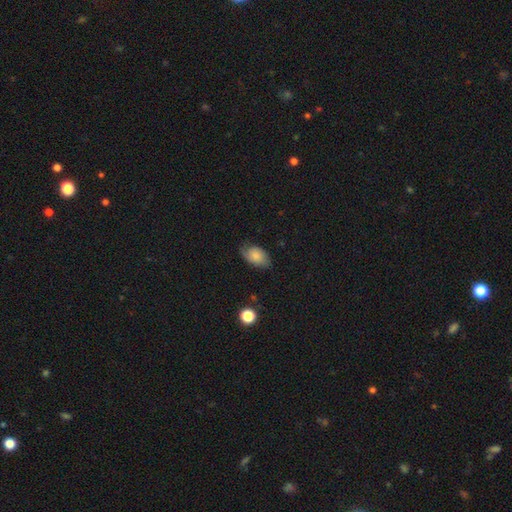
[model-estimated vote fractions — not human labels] Smooth or featured?
  - smooth: 72% *
  - featured or disk: 20%
  - star or artifact: 8%
How rounded?
  - in between: 90% *
  - round: 8%
  - cigar-shaped: 2%
Merging?
  - none: 66% *
  - minor disturbance: 26%
  - major disturbance: 7%
  - merger: 1%